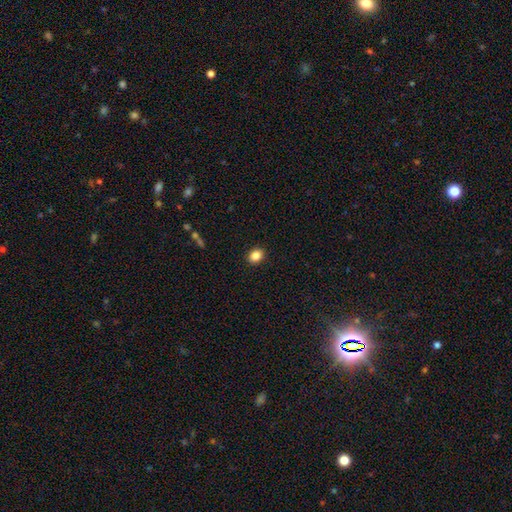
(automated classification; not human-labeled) A smooth galaxy with no disk features (86%) that is in between round and cigar-shaped (58%). Merging: none (90%).